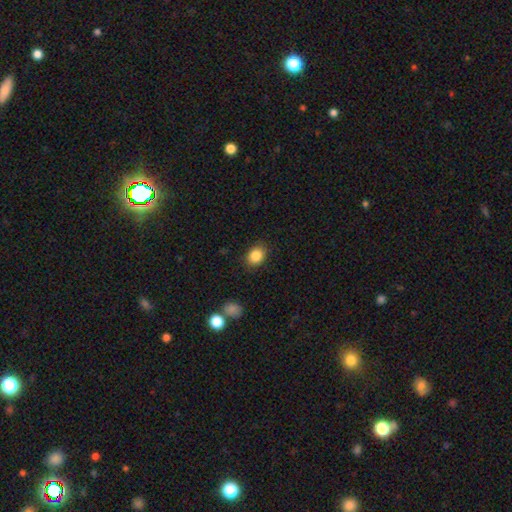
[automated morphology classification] Smooth or featured: smooth — 85% (star or artifact — 9%)
How rounded: round — 51% (in between — 48%)
Merging: none — 85% (minor disturbance — 11%)